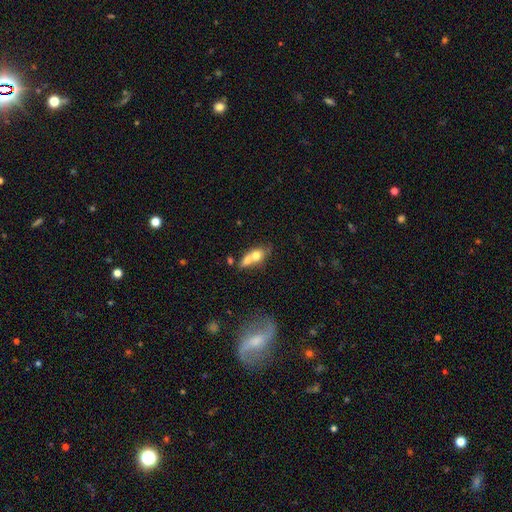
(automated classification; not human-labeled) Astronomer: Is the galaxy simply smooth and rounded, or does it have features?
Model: smooth — 65%.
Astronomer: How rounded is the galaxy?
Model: in between — 60%.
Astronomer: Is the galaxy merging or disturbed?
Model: merger — 62%.